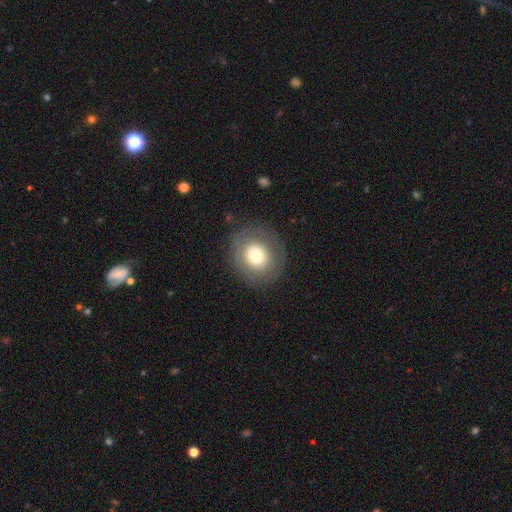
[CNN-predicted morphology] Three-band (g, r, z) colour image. It shows a smooth galaxy with no disk features (69%) that is round (84%). Merging: none (84%).